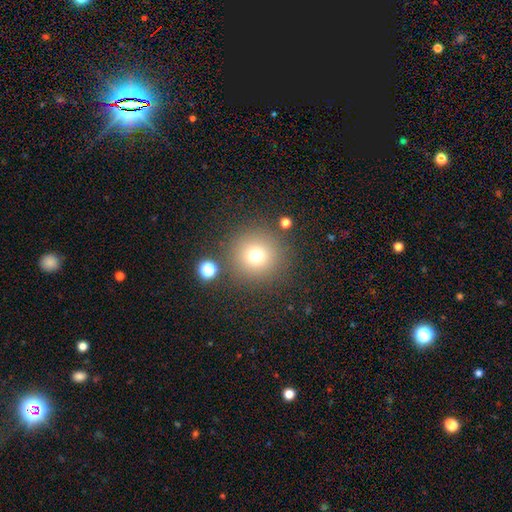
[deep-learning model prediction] Smooth or featured?
  - smooth: 73% *
  - star or artifact: 17%
  - featured or disk: 10%
How rounded?
  - round: 95% *
  - in between: 4%
  - cigar-shaped: 1%
Merging?
  - none: 85% *
  - minor disturbance: 7%
  - merger: 4%
  - major disturbance: 4%